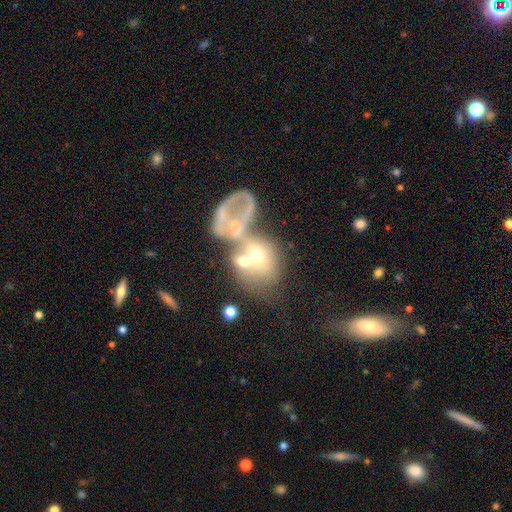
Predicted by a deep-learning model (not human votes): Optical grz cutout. It shows a featured or disk galaxy (44%, tied with smooth). Merging: merger (63%).